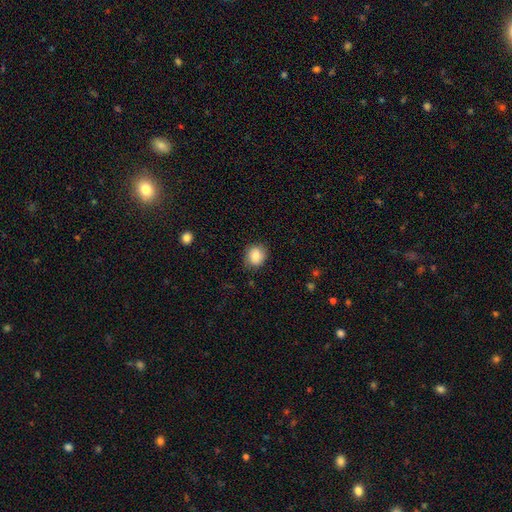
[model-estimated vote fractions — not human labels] A smooth galaxy with no disk features (83%) that is round (67%).

Vote fractions:
- Smooth or featured? smooth: 83% / star or artifact: 8% / featured or disk: 8%
- How rounded? round: 67% / in between: 32% / cigar-shaped: 1%
- Merging? none: 82% / minor disturbance: 14% / major disturbance: 3% / merger: 1%